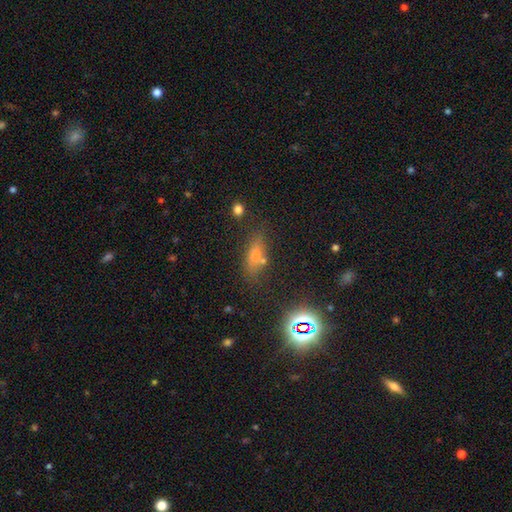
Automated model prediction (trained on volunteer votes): smooth-or-featured: smooth: 58% | star or artifact: 26% | featured or disk: 16%
  how-rounded: in between: 56% | cigar-shaped: 36% | round: 8%
  merging: none: 69% | minor disturbance: 17% | merger: 8% | major disturbance: 7%